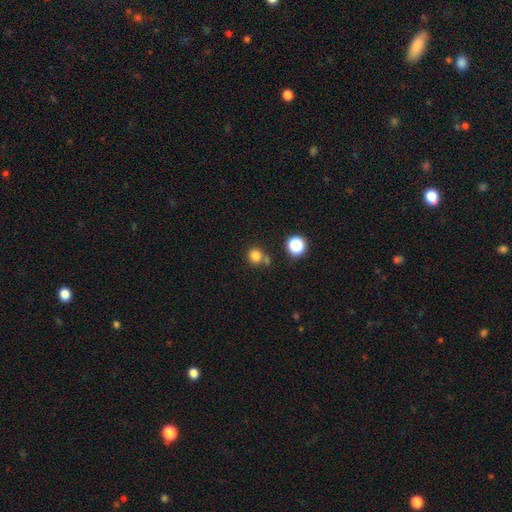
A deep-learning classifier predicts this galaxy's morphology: A smooth galaxy with no disk features (80%) that is round (89%).

Vote fractions:
- Smooth or featured? smooth: 80% / star or artifact: 15% / featured or disk: 5%
- How rounded? round: 89% / in between: 10% / cigar-shaped: 1%
- Merging? none: 68% / merger: 19% / minor disturbance: 10% / major disturbance: 4%